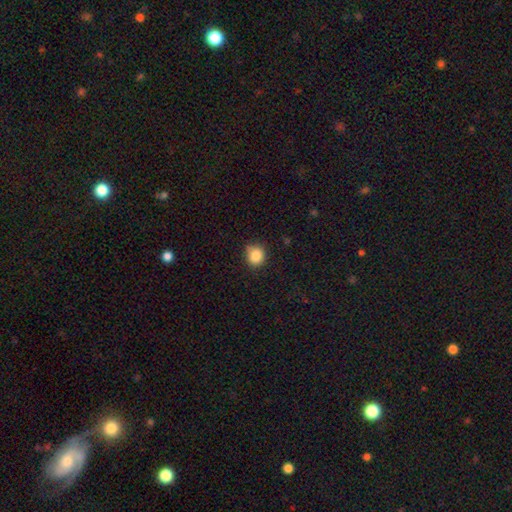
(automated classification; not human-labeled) Smooth or featured: smooth — 85% (star or artifact — 10%)
How rounded: round — 80% (in between — 19%)
Merging: none — 77% (minor disturbance — 19%)